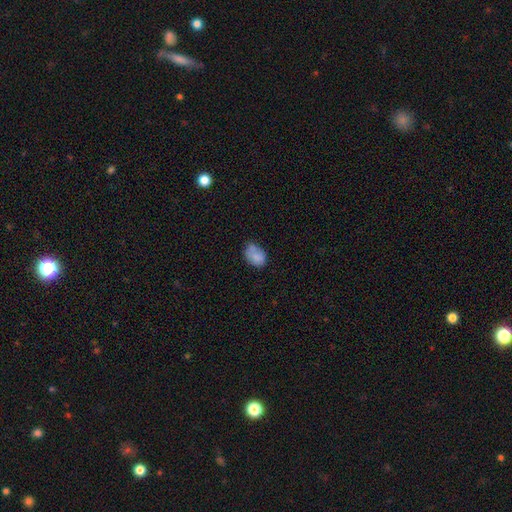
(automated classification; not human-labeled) A smooth galaxy with no disk features (80%) that is in between round and cigar-shaped (78%). Merging: none (50%).